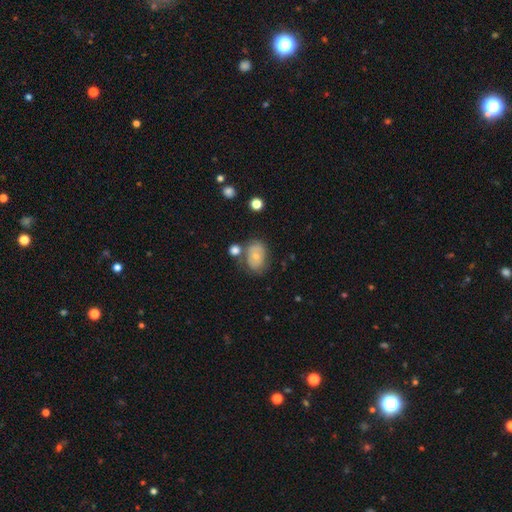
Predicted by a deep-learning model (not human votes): Smooth or featured: smooth — 52% (featured or disk — 39%)
How rounded: in between — 72% (round — 27%)
Merging: none — 54% (minor disturbance — 23%)